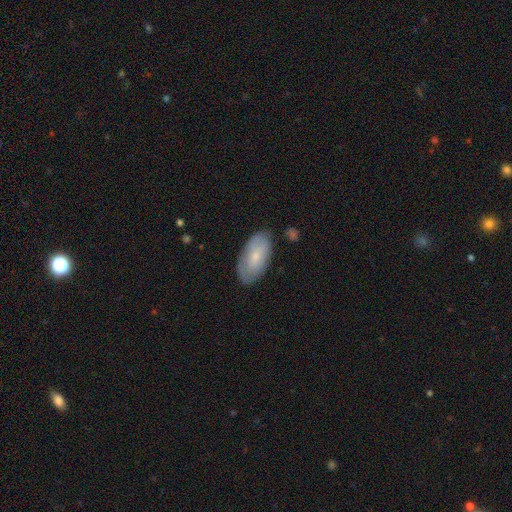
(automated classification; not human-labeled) Q: Smooth or featured?
A: smooth (60%); runner-up: featured or disk (34%)
Q: How rounded?
A: in between (93%); runner-up: cigar-shaped (4%)
Q: Merging?
A: none (74%); runner-up: minor disturbance (20%)